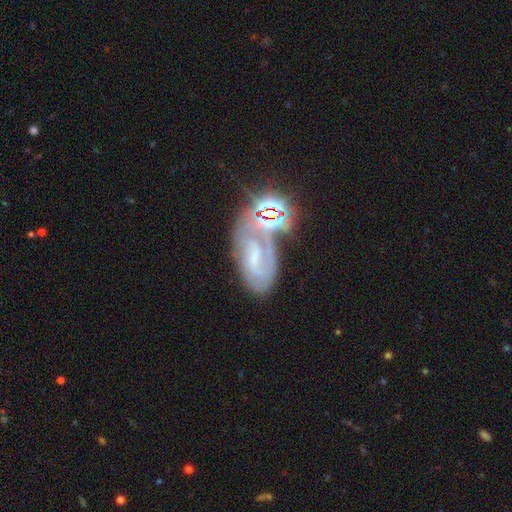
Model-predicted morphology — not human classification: smooth-or-featured: featured or disk: 58% | star or artifact: 23% | smooth: 19%
  disk-edge-on: no: 94% | yes: 6%
    bar: weak: 42% | no: 34% | strong: 24%
    has-spiral-arms: yes: 81% | no: 19%
    bulge-size: small: 55% | moderate: 21% | none: 19% | large: 3% | dominant: 2%
  merging: none: 47% | minor disturbance: 20% | merger: 18% | major disturbance: 15%